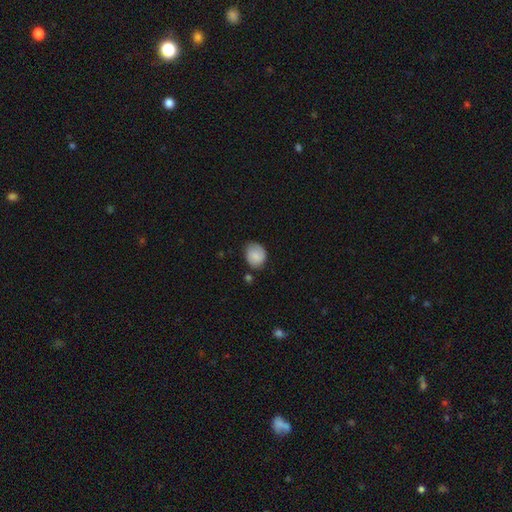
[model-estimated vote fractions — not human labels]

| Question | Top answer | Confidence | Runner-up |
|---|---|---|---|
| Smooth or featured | smooth | 79% | featured or disk (14%) |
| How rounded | round | 63% | in between (36%) |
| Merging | none | 68% | minor disturbance (24%) |